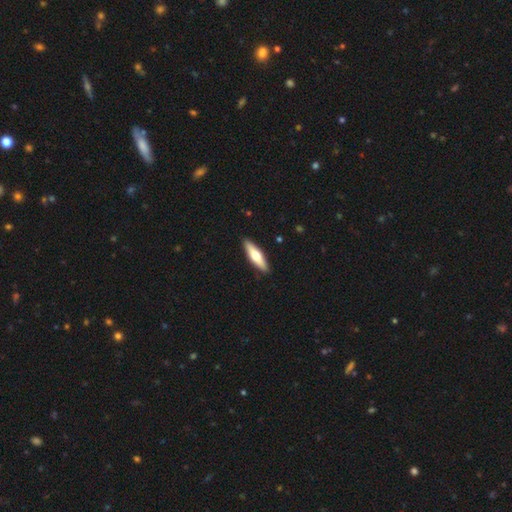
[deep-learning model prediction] Smooth or featured? Predicted: smooth (p=0.52). How rounded? Predicted: cigar-shaped (p=0.68). Merging? Predicted: none (p=0.91).